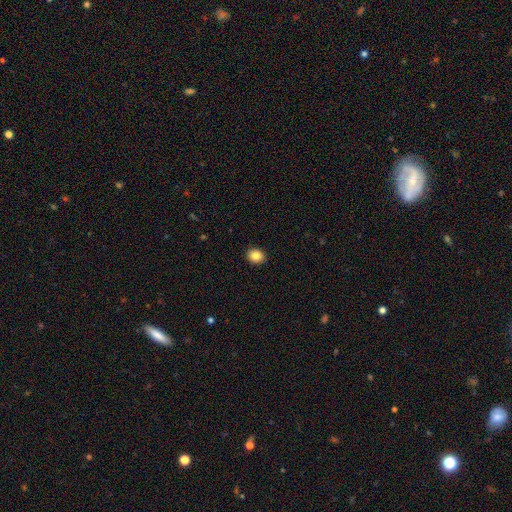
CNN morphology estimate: Smooth or featured? smooth (85%)
How rounded? round (61%)
Merging? none (92%)